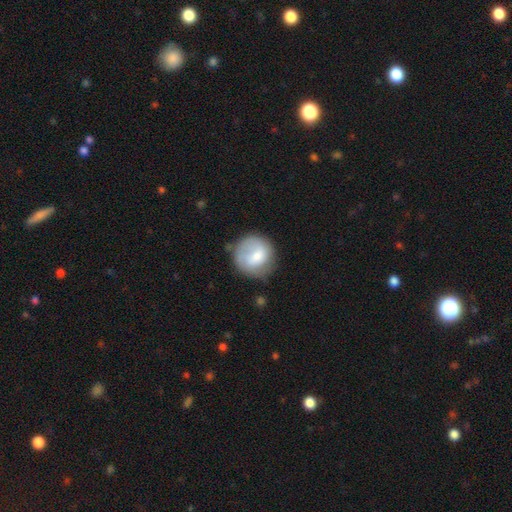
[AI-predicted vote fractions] Smooth or featured: smooth — 61% (featured or disk — 32%)
How rounded: round — 89% (in between — 10%)
Merging: none — 65% (minor disturbance — 21%)